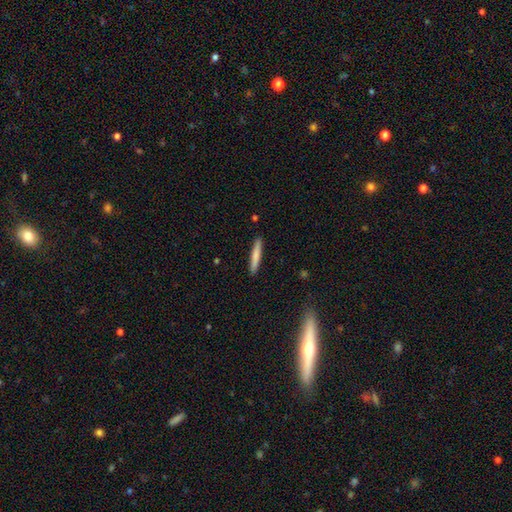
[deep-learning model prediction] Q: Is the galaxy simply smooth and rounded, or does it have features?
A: smooth — 75%.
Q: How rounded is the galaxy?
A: cigar-shaped — 94%.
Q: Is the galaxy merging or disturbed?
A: none — 91%.